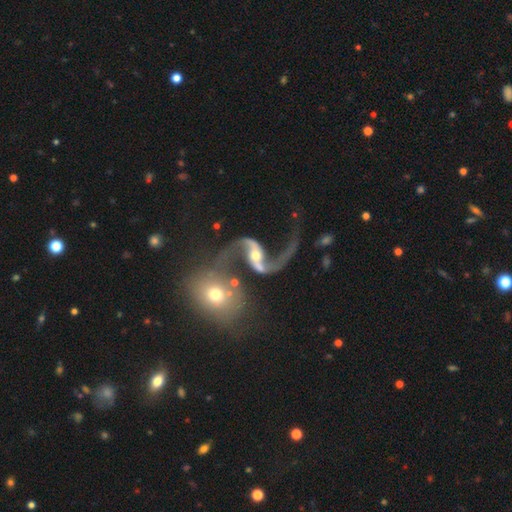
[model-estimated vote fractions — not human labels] Smooth or featured: featured or disk — 91% (star or artifact — 5%)
Edge-on disk: no — 97% (yes — 3%)
Bar: no — 37% (weak — 34%)
Spiral arms: yes — 96% (no — 4%)
Spiral winding: loose — 88% (medium — 10%)
Spiral arm count: 2 — 93% (1 — 3%)
Bulge size: moderate — 56% (small — 34%)
Merging: none — 47% (merger — 25%)